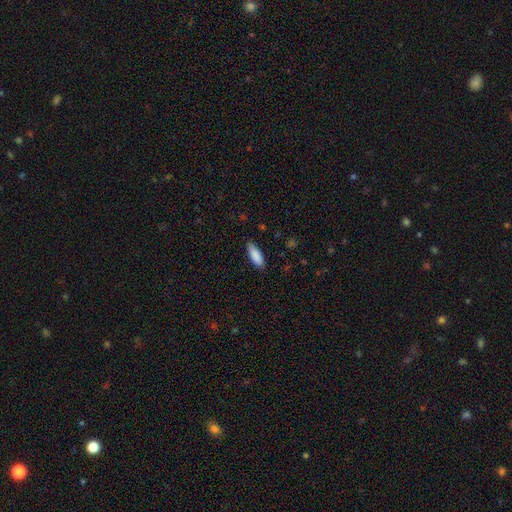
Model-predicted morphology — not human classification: This is clearly a smooth galaxy (88%). How rounded: likely in between (65%). Merging: clearly none (83%).